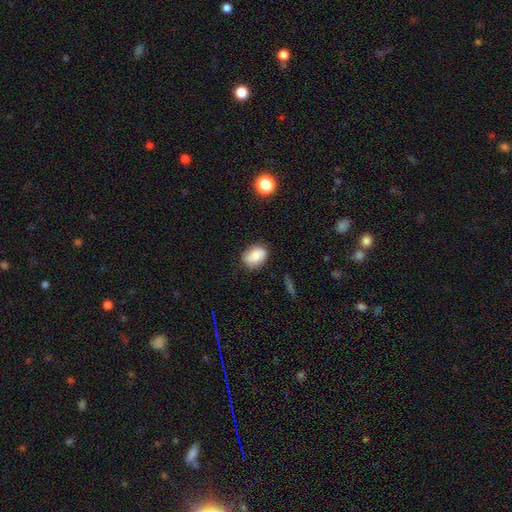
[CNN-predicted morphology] A smooth galaxy with no disk features (77%) that is in between round and cigar-shaped (70%). Merging: none (80%).